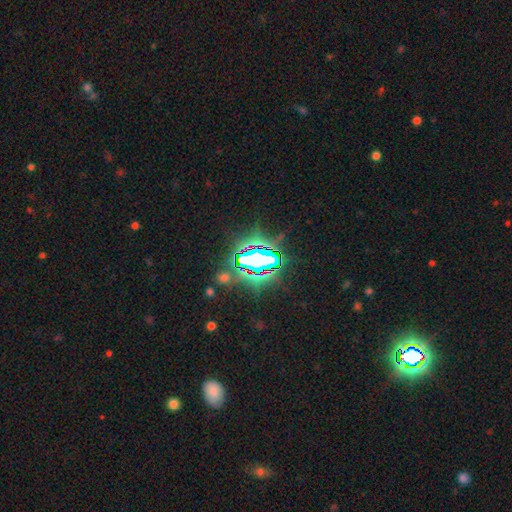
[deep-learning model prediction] Smooth or featured? star or artifact (76%)